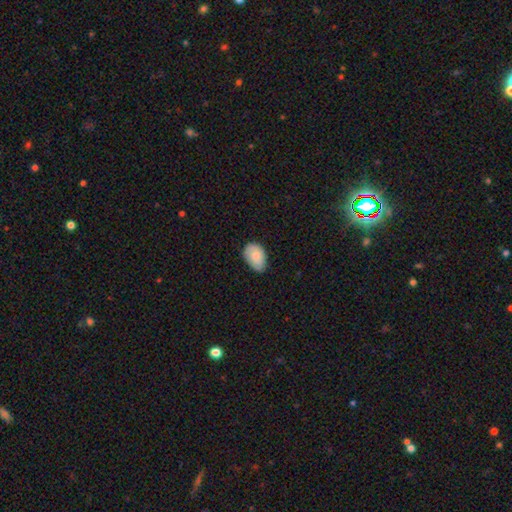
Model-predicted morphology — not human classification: The model was most divided on "merging": none: 62%, minor disturbance: 32%, major disturbance: 5%, merger: 1%. More confident: how rounded — in between (85%); smooth or featured — smooth (78%).